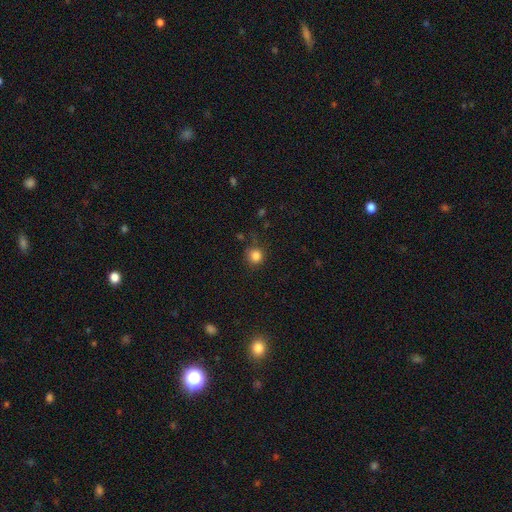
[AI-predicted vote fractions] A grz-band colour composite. It shows a smooth galaxy with no disk features (84%) that is round (91%). Merging: none (78%).